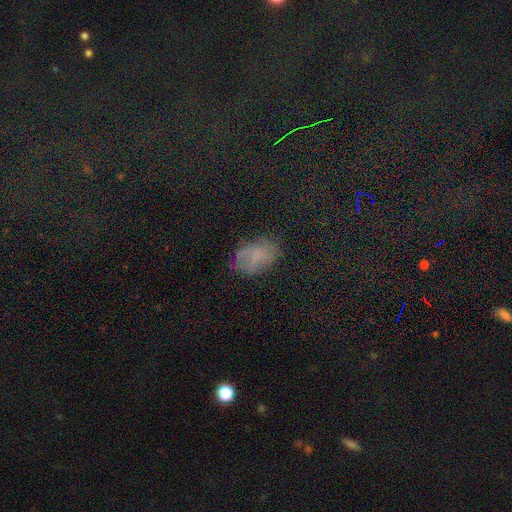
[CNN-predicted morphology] Smooth or featured? smooth (50%)
How rounded? in between (83%)
Merging? none (62%)